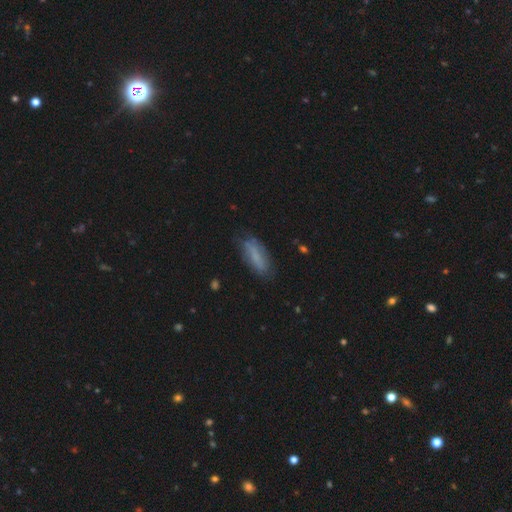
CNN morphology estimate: A smooth galaxy with no disk features (66%) that is in between round and cigar-shaped (63%).

Vote fractions:
- Smooth or featured? smooth: 66% / featured or disk: 26% / star or artifact: 8%
- How rounded? in between: 63% / cigar-shaped: 35% / round: 2%
- Merging? none: 72% / minor disturbance: 20% / major disturbance: 5% / merger: 2%